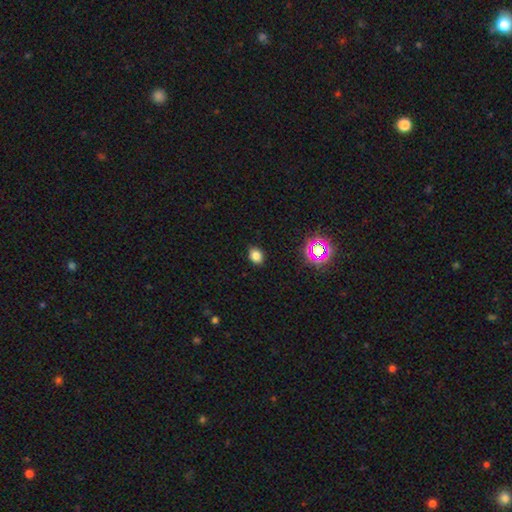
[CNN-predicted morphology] Smooth or featured: smooth — 79% (star or artifact — 16%)
How rounded: in between — 56% (round — 43%)
Merging: none — 85% (minor disturbance — 11%)